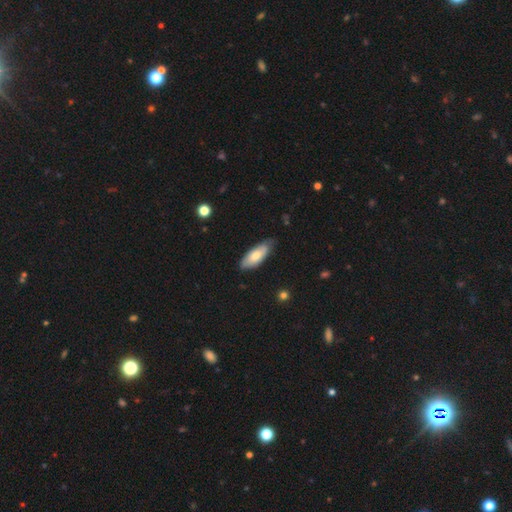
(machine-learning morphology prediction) This is likely a smooth galaxy (69%). How rounded: clearly in between (82%). Merging: likely none (72%).